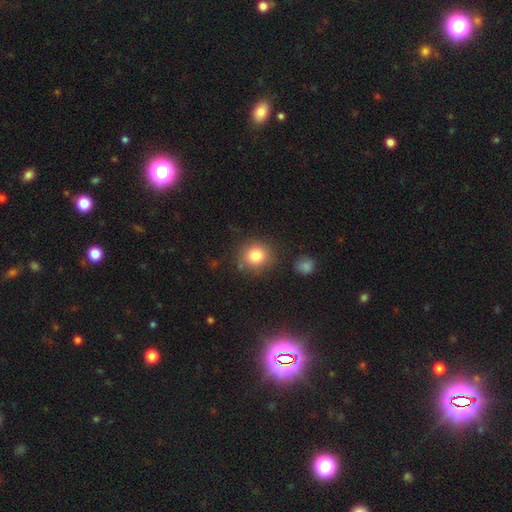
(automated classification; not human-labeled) Morphology: type=smooth (82%); roundness=round (88%); merging=none (81%).